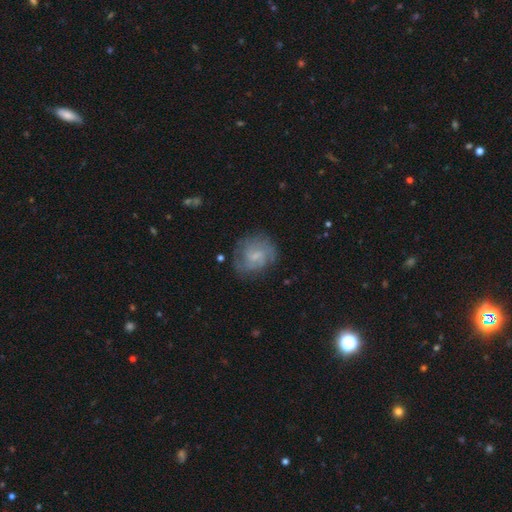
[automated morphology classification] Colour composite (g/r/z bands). It shows a featured or disk galaxy (56%) with a weak bar (47%), spiral arms (79%) and a small central bulge (58%). Merging: none (68%).